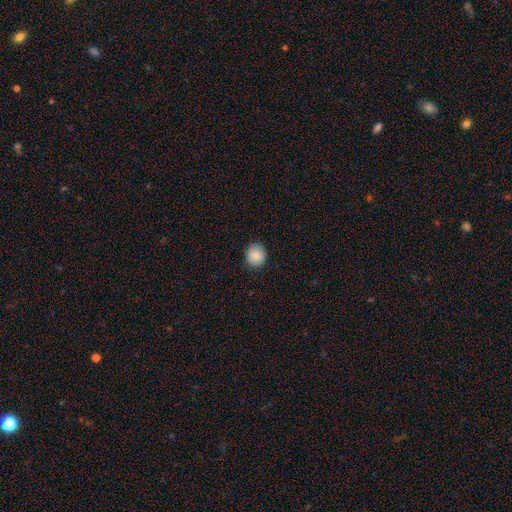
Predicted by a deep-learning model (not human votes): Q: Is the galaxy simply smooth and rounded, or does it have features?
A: smooth — 87%.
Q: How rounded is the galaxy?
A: round — 83%.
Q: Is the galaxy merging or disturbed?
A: none — 88%.